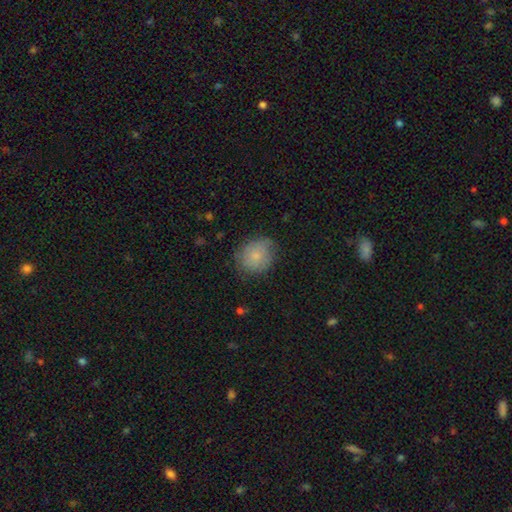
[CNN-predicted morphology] Smooth or featured? smooth (78%)
How rounded? round (74%)
Merging? none (67%)